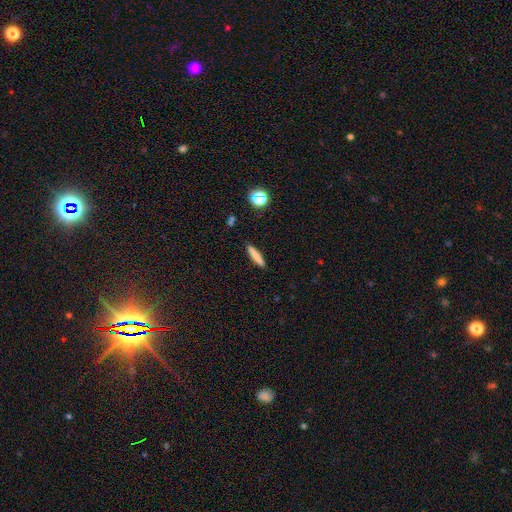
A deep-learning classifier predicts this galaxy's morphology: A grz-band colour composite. It shows a smooth galaxy with no disk features (78%) that is cigar-shaped (90%). Merging: none (90%).